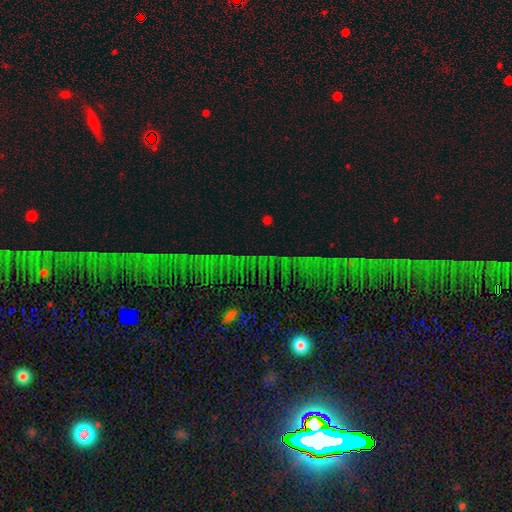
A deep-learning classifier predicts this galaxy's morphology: Smooth or featured? Predicted: star or artifact (p=0.69).